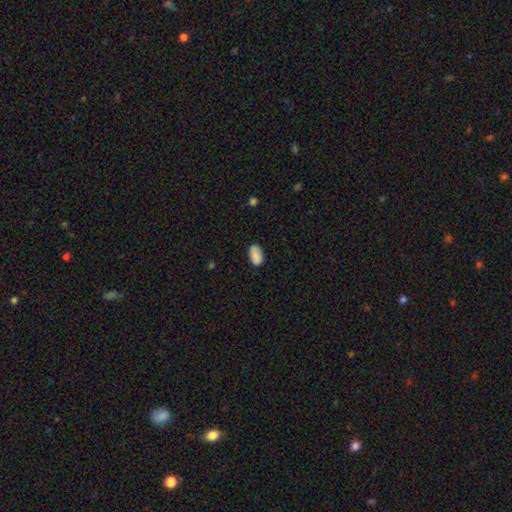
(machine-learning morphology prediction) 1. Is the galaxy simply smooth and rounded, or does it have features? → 85% smooth, 8% star or artifact, 7% featured or disk.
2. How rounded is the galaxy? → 93% in between, 6% round, 2% cigar-shaped.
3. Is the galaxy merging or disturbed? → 74% none, 19% minor disturbance, 4% major disturbance, 3% merger.